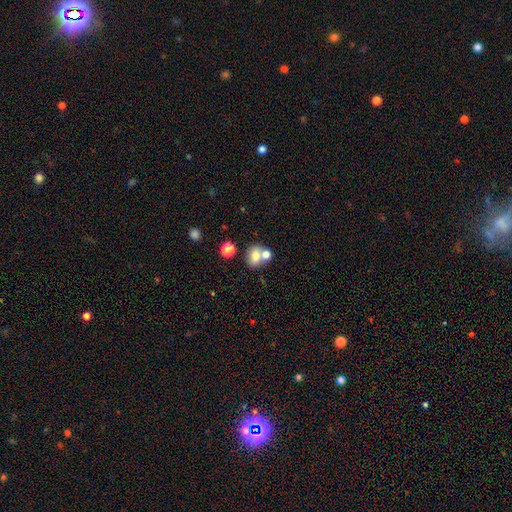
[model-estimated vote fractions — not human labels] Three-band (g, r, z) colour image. It shows a smooth galaxy with no disk features (73%) that is in between round and cigar-shaped (49%, tied with round). Merging: none (45%).